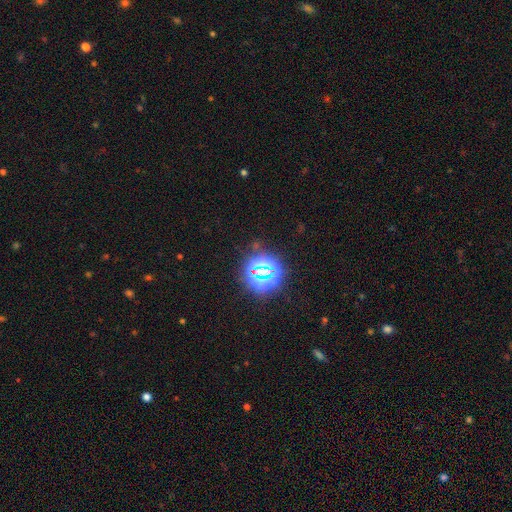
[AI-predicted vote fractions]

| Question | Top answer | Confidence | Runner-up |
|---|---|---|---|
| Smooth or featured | star or artifact | 81% | smooth (14%) |